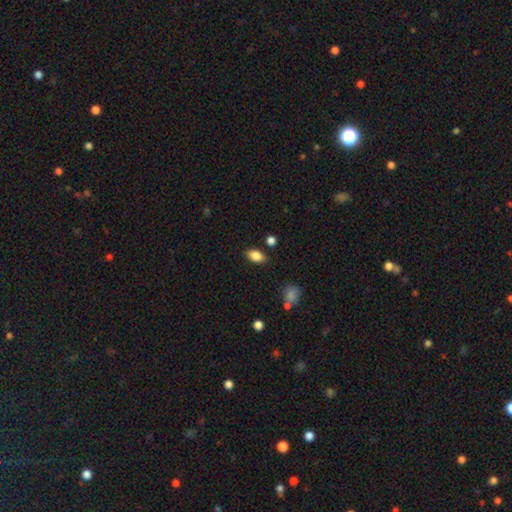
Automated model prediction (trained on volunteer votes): Morphology: type=smooth (85%); roundness=in between (90%); merging=none (84%).